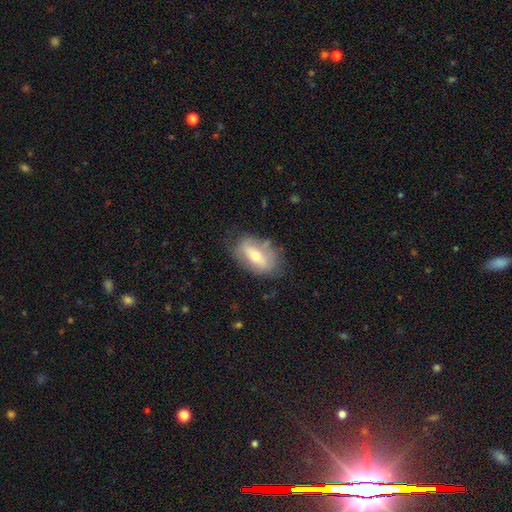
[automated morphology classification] Overall: featured or disk (49%; smooth 43%). Merging: none (70%).